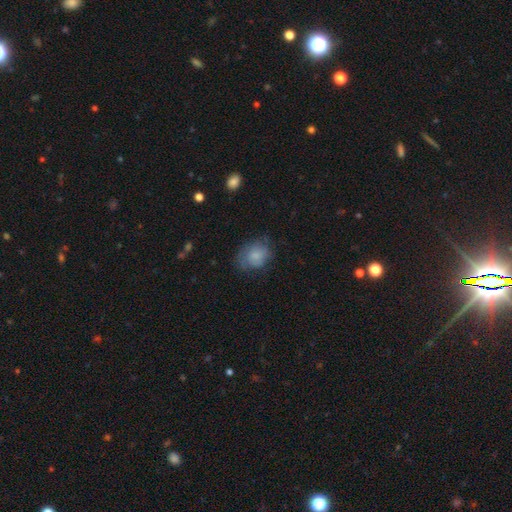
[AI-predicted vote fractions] smooth 74%, featured or disk 18%, star or artifact 8%. Down the decision tree: how rounded — in between (55%); merging — none (59%).